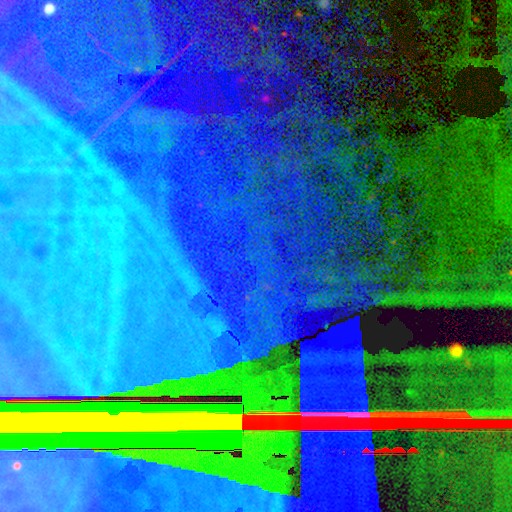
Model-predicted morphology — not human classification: The model was most divided on "smooth or featured": star or artifact: 83%, featured or disk: 10%, smooth: 7%.